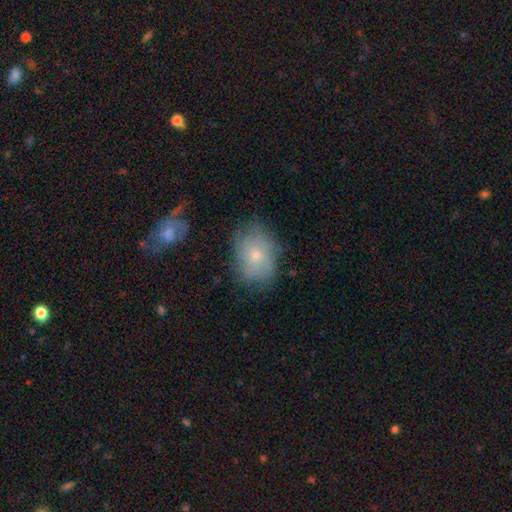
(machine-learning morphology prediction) Smooth or featured?
  - smooth: 65% *
  - featured or disk: 27%
  - star or artifact: 8%
How rounded?
  - in between: 71% *
  - round: 27%
  - cigar-shaped: 1%
Merging?
  - none: 67% *
  - minor disturbance: 23%
  - major disturbance: 7%
  - merger: 3%